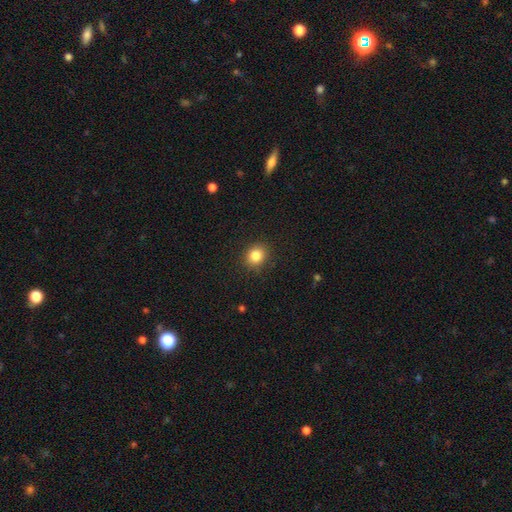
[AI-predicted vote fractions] A smooth galaxy with no disk features (84%) that is round (75%).

Vote fractions:
- Smooth or featured? smooth: 84% / star or artifact: 11% / featured or disk: 6%
- How rounded? round: 75% / in between: 25% / cigar-shaped: 1%
- Merging? none: 88% / minor disturbance: 9% / major disturbance: 2% / merger: 1%